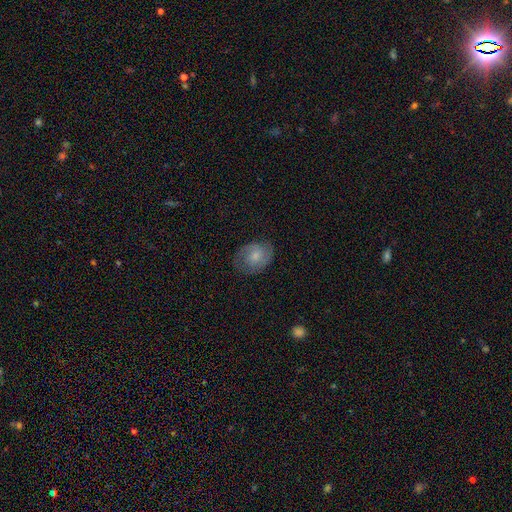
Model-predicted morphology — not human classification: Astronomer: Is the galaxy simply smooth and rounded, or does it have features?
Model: smooth — 53% (runner-up: featured or disk, 40%).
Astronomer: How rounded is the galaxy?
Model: in between — 63%.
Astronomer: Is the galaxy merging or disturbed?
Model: none — 71%.